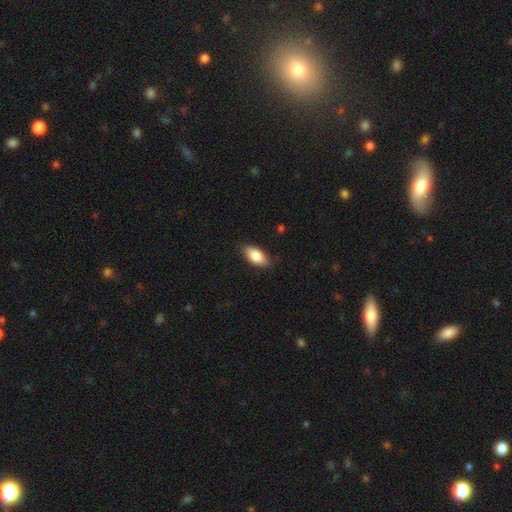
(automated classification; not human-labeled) smooth_or_featured: smooth (p=0.84) [alt: featured or disk p=0.10]
how_rounded: in between (p=0.89) [alt: cigar-shaped p=0.08]
merging: none (p=0.83) [alt: minor disturbance p=0.13]